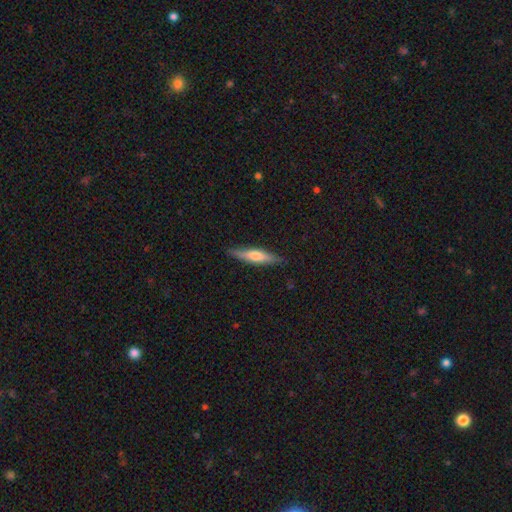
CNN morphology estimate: smooth_or_featured: smooth (p=0.50) [alt: featured or disk p=0.45]
merging: none (p=0.86) [alt: minor disturbance p=0.11]